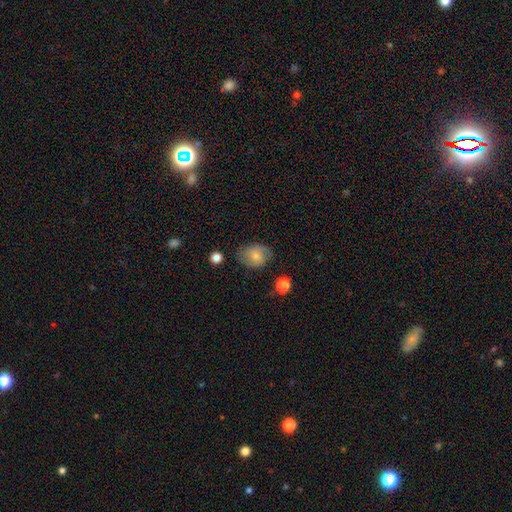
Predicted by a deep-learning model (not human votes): smooth_or_featured: smooth (p=0.69) [alt: featured or disk p=0.23]
how_rounded: in between (p=0.63) [alt: round p=0.36]
merging: none (p=0.67) [alt: minor disturbance p=0.24]